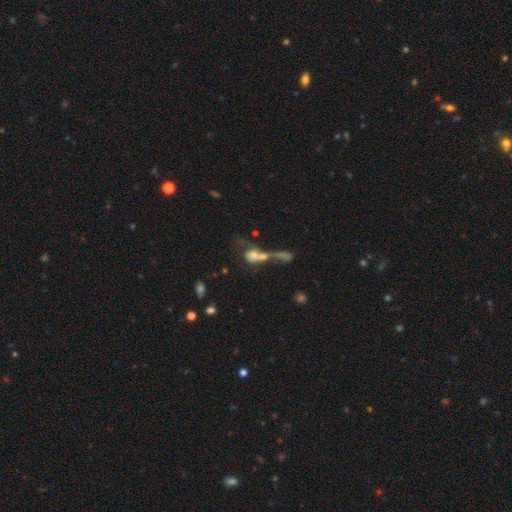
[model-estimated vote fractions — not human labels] Smooth or featured? Predicted: smooth (p=0.52). How rounded? Predicted: round (p=0.51). Merging? Predicted: merger (p=0.66).